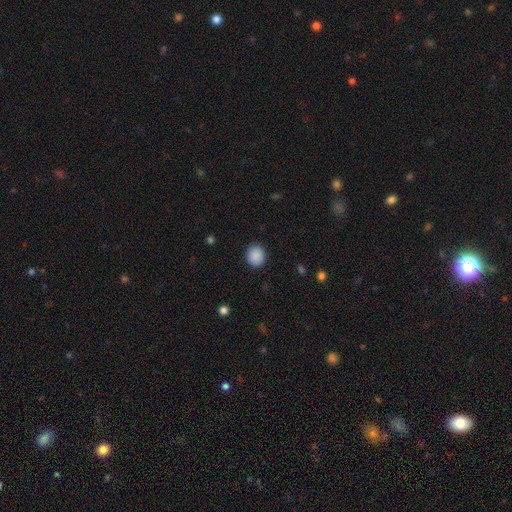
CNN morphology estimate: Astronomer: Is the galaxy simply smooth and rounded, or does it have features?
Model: smooth — 89%.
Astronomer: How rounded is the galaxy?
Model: round — 75%.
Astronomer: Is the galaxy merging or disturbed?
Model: none — 89%.